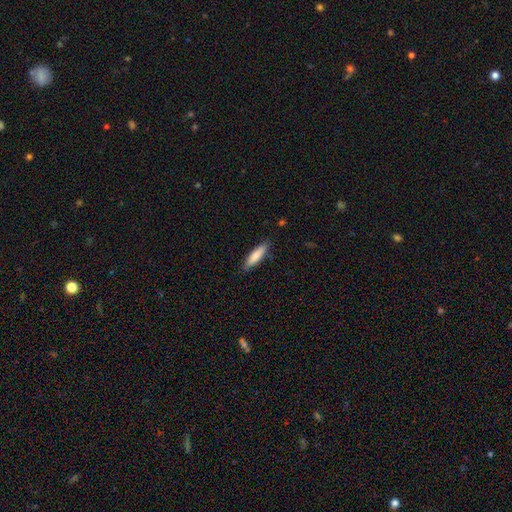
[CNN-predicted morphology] A smooth galaxy with no disk features (81%) that is cigar-shaped (69%).

Vote fractions:
- Smooth or featured? smooth: 81% / featured or disk: 13% / star or artifact: 6%
- How rounded? cigar-shaped: 69% / in between: 30% / round: 1%
- Merging? none: 86% / minor disturbance: 11% / major disturbance: 2% / merger: 1%